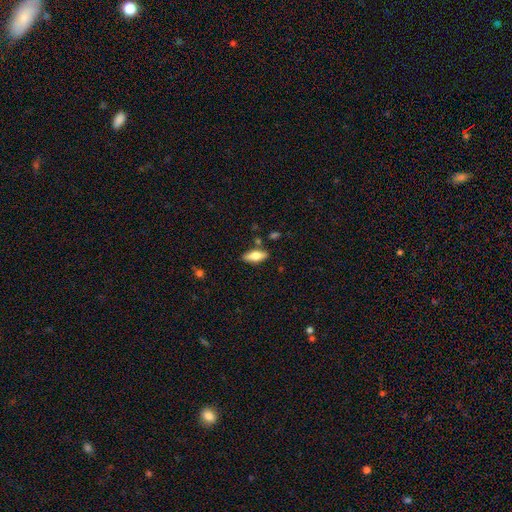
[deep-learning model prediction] The model was most divided on "smooth or featured": smooth: 67%, featured or disk: 27%, star or artifact: 6%. More confident: merging — none (83%); how rounded — in between (76%).